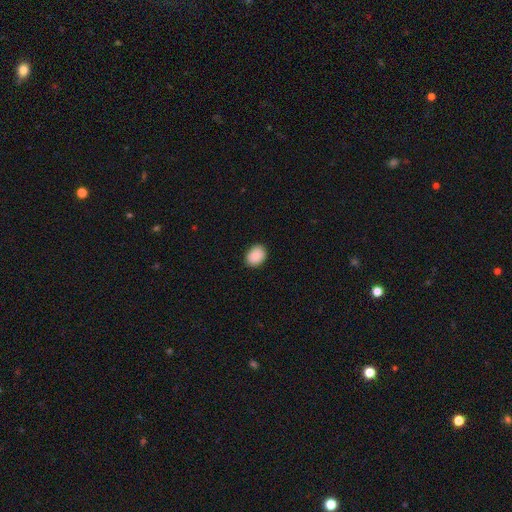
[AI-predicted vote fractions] This appears to be a smooth galaxy with no disk features (89%) that is in between round and cigar-shaped (61%). Merging: none (89%).